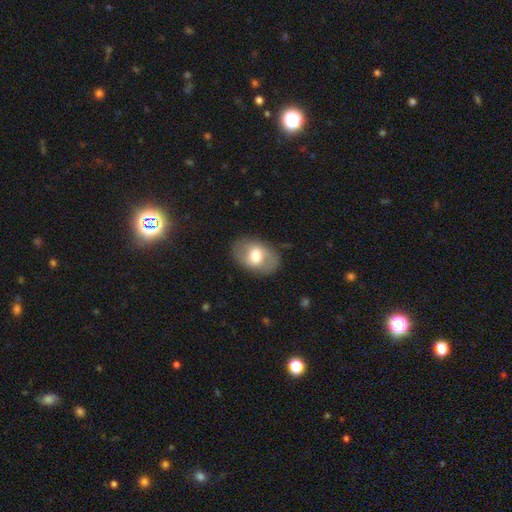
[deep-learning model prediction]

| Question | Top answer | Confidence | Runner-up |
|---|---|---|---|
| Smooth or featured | smooth | 56% | featured or disk (37%) |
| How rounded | in between | 82% | round (16%) |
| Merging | none | 81% | minor disturbance (13%) |